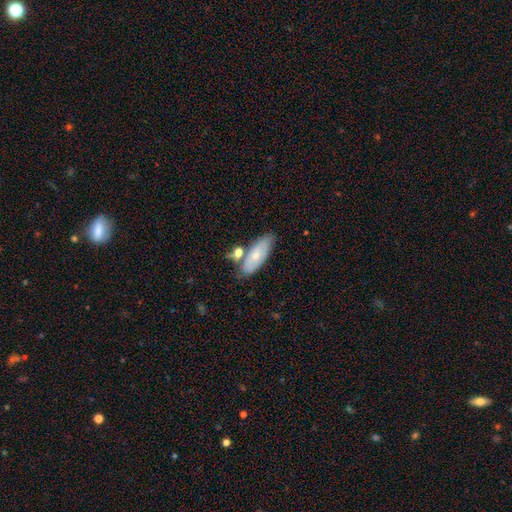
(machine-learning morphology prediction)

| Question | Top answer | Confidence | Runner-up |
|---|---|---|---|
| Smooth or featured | smooth | 70% | featured or disk (23%) |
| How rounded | in between | 76% | cigar-shaped (22%) |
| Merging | none | 63% | minor disturbance (17%) |